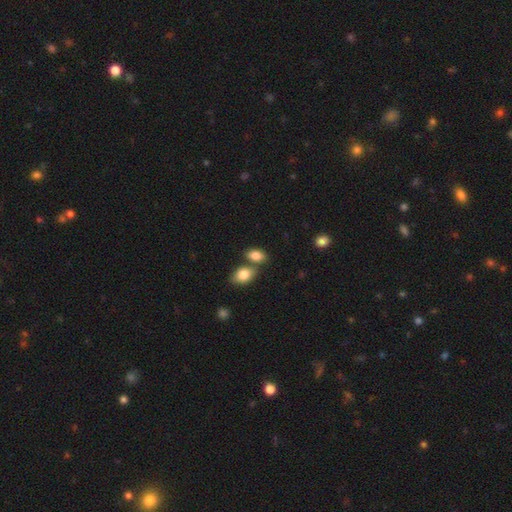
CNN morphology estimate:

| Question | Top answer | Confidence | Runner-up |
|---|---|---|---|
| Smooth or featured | smooth | 84% | star or artifact (8%) |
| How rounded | in between | 88% | round (10%) |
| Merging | none | 52% | merger (33%) |